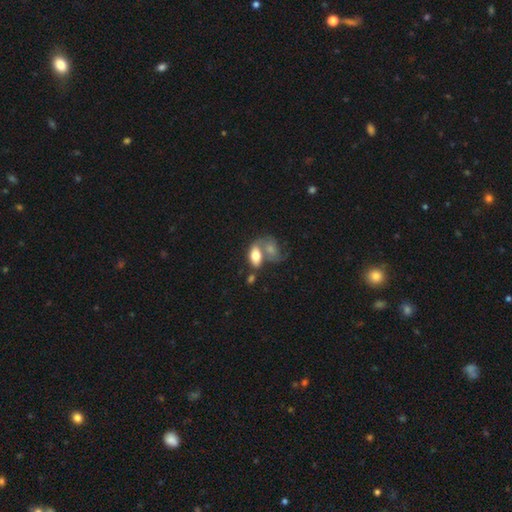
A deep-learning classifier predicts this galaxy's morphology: Smooth or featured? smooth (70%)
How rounded? in between (89%)
Merging? merger (57%)